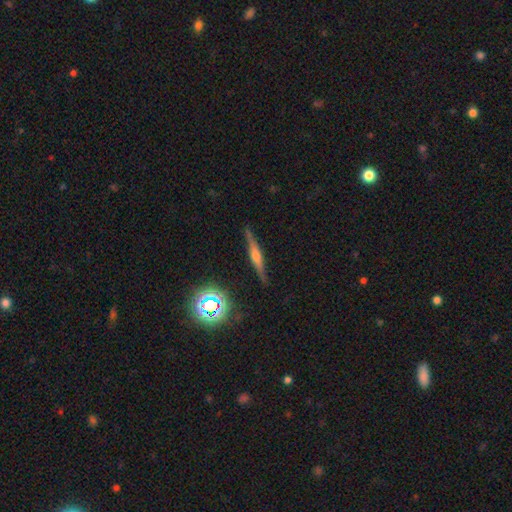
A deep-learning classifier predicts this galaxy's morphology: Q: Smooth or featured?
A: featured or disk (68%); runner-up: smooth (21%)
Q: Edge-on disk?
A: yes (97%); runner-up: no (3%)
Q: Edge-on bulge?
A: rounded (77%); runner-up: boxy (16%)
Q: Merging?
A: none (87%); runner-up: minor disturbance (10%)